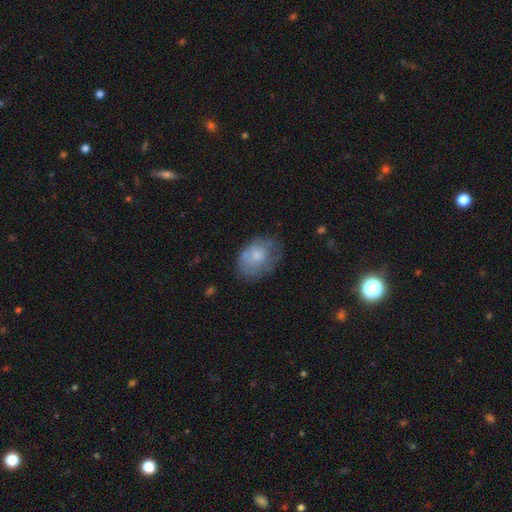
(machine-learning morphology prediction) smooth 60%, featured or disk 33%, star or artifact 7%. Down the decision tree: how rounded — in between (75%); merging — none (57%).